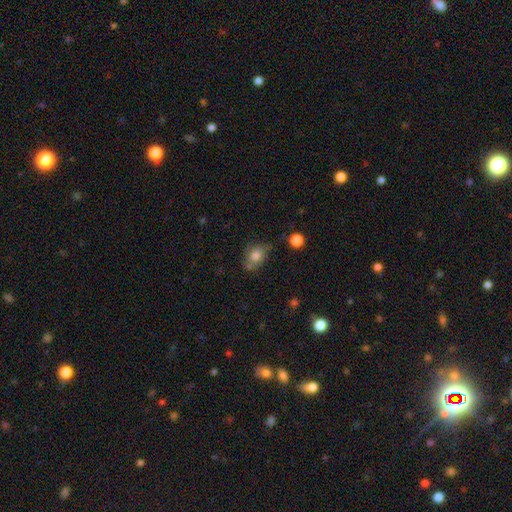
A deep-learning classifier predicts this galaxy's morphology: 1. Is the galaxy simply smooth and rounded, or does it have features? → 78% smooth, 12% featured or disk, 10% star or artifact.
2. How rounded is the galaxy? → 59% in between, 39% round, 1% cigar-shaped.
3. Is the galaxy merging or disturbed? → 56% none, 26% minor disturbance, 11% merger, 8% major disturbance.